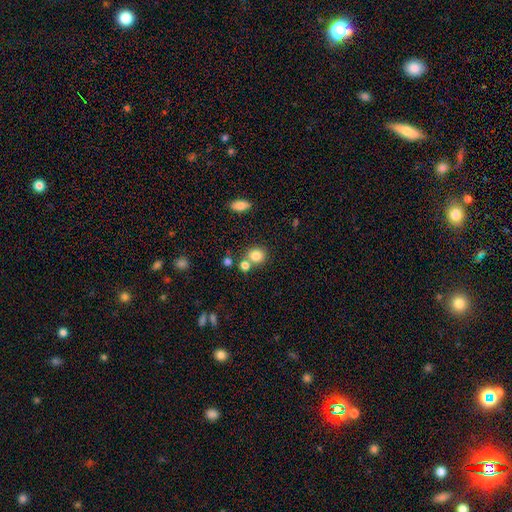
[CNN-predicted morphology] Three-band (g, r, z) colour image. It shows a smooth galaxy with no disk features (81%) that is round (77%). Merging: none (62%).